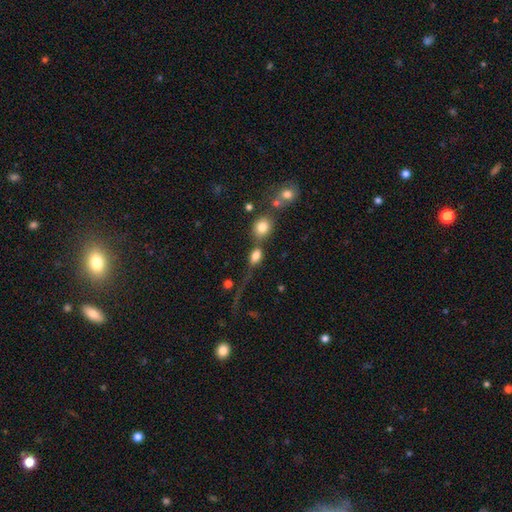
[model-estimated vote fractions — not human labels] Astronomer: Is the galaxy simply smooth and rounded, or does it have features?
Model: smooth — 77%.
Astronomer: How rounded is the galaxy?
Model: in between — 69%.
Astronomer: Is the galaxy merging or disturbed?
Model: none — 40% (runner-up: merger, 35%).